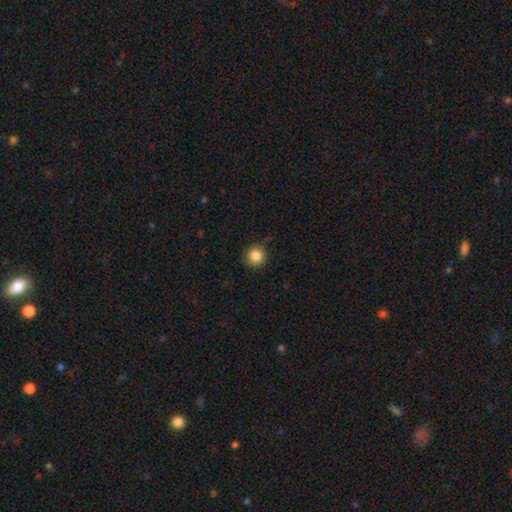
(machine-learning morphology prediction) type=smooth (86%); roundness=round (94%); merging=none (87%).